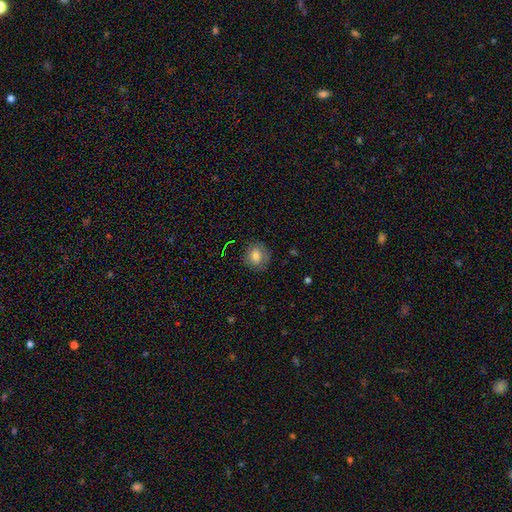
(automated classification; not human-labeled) Q: Smooth or featured?
A: smooth (79%); runner-up: featured or disk (11%)
Q: How rounded?
A: round (78%); runner-up: in between (21%)
Q: Merging?
A: none (80%); runner-up: minor disturbance (15%)